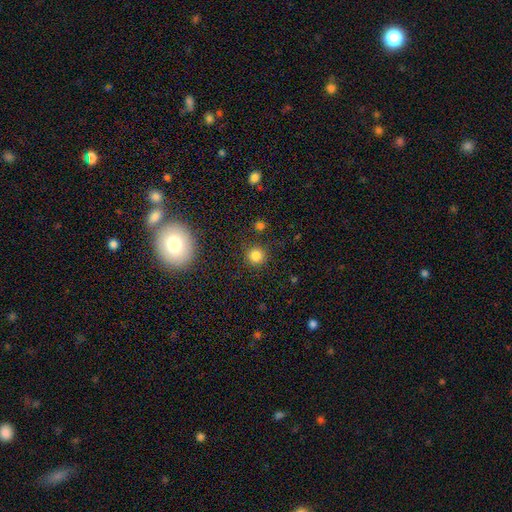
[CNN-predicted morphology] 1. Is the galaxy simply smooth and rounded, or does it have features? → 81% smooth, 14% star or artifact, 5% featured or disk.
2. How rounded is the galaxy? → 93% round, 6% in between, 1% cigar-shaped.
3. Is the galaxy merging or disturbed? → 88% none, 7% minor disturbance, 3% major disturbance, 2% merger.